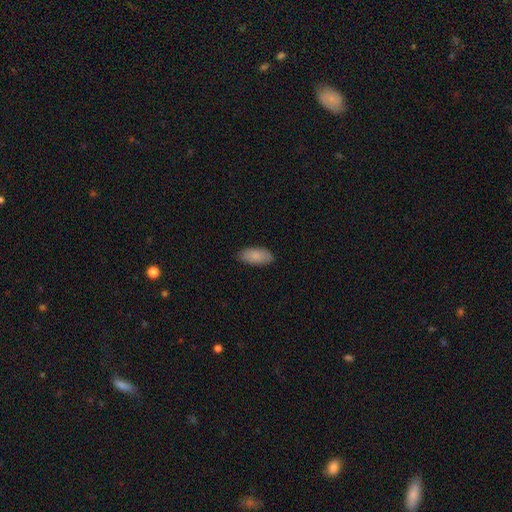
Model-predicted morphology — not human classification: This appears to be a smooth galaxy with no disk features (86%) that is in between round and cigar-shaped (90%). Merging: none (85%).